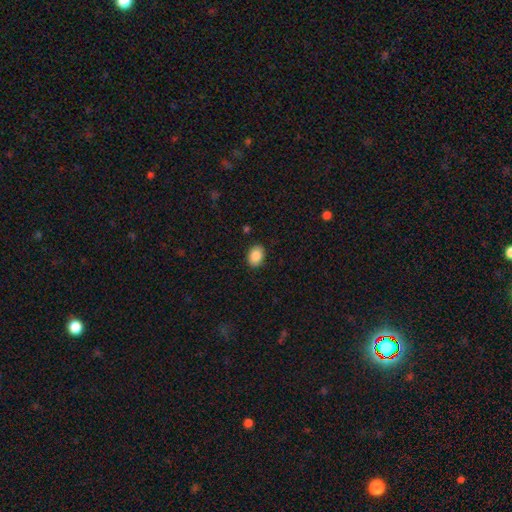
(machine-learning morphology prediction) Smooth or featured?
  - smooth: 89% *
  - star or artifact: 7%
  - featured or disk: 4%
How rounded?
  - in between: 78% *
  - round: 21%
  - cigar-shaped: 1%
Merging?
  - none: 89% *
  - minor disturbance: 8%
  - major disturbance: 2%
  - merger: 1%